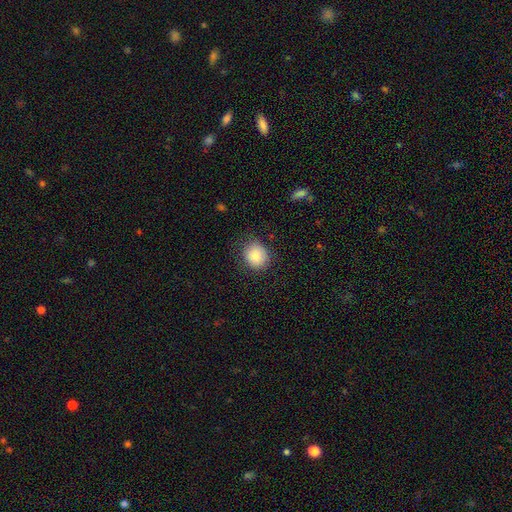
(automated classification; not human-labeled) smooth_or_featured: smooth (p=0.85) [alt: star or artifact p=0.09]
how_rounded: round (p=0.73) [alt: in between p=0.26]
merging: none (p=0.79) [alt: minor disturbance p=0.15]